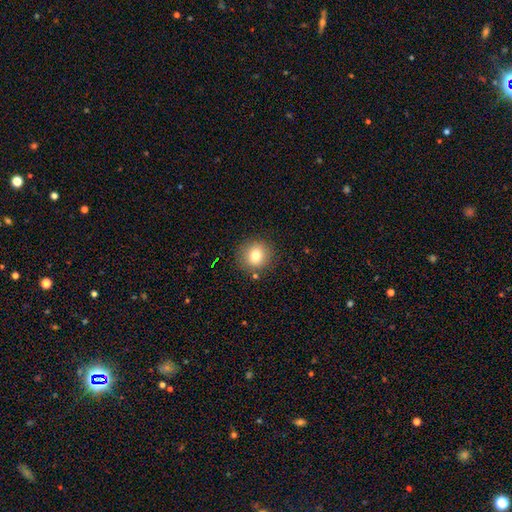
This is clearly a smooth galaxy (82%). How rounded: clearly round (82%). Merging: clearly none (89%).